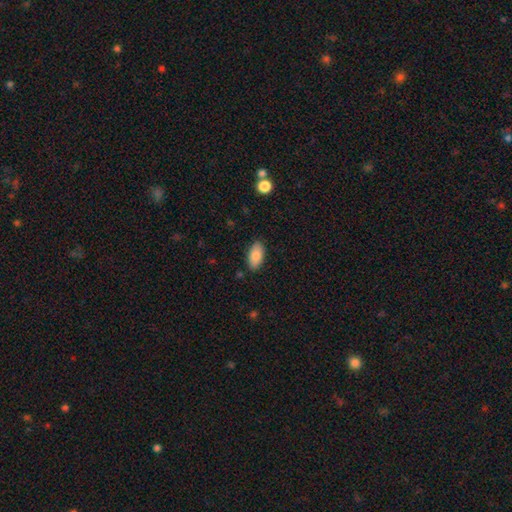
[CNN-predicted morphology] Smooth or featured?
  - smooth: 82% *
  - featured or disk: 11%
  - star or artifact: 7%
How rounded?
  - in between: 93% *
  - cigar-shaped: 4%
  - round: 3%
Merging?
  - none: 86% *
  - minor disturbance: 11%
  - major disturbance: 2%
  - merger: 1%